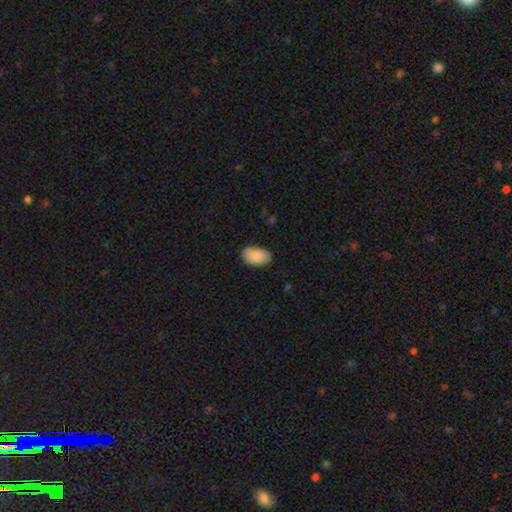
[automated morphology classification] type=smooth (88%); roundness=in between (92%); merging=none (79%).